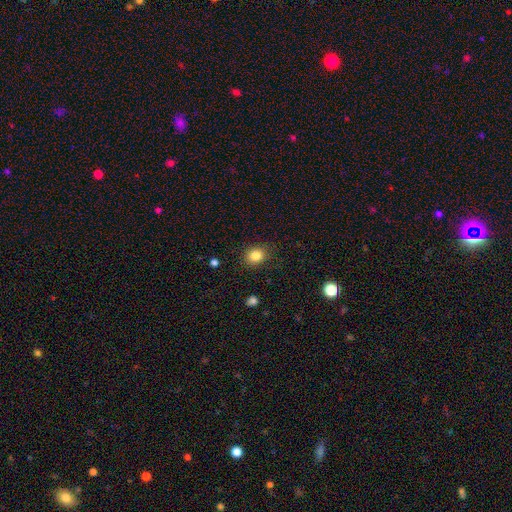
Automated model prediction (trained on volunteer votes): Overall: smooth (84%). How rounded: round (62%; in between 37%). Merging: none (86%).